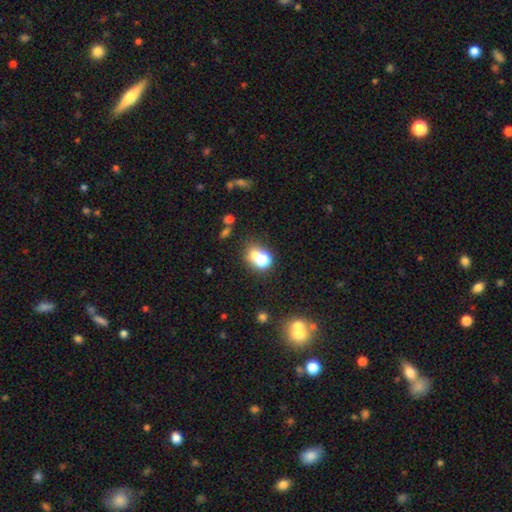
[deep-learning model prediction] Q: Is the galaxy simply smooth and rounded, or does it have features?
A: smooth — 61%.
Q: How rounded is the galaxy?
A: round — 65%.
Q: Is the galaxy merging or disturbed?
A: none — 47%.